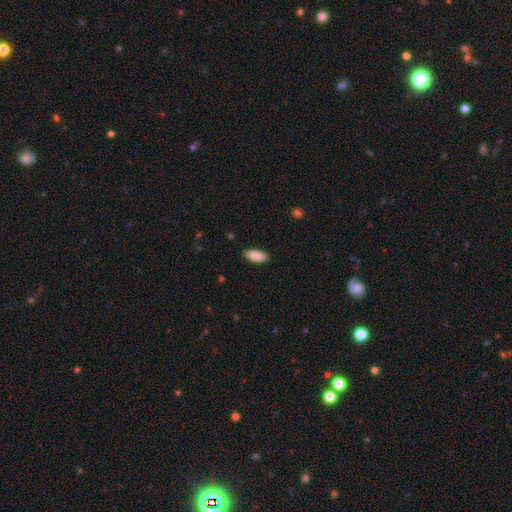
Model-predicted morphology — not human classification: smooth 90%, star or artifact 6%, featured or disk 4%. Down the decision tree: how rounded — in between (84%); merging — none (87%).